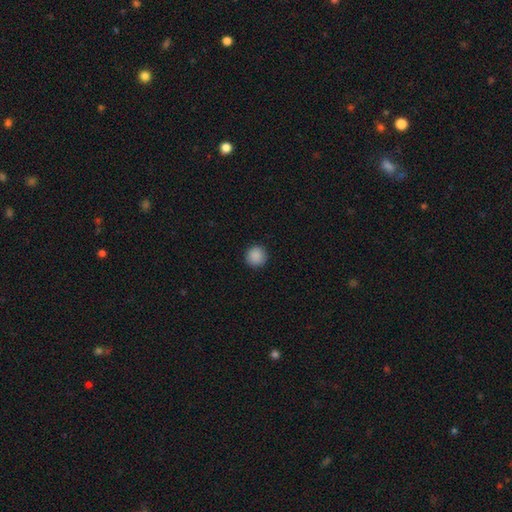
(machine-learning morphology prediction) smooth_or_featured: smooth (p=0.89) [alt: star or artifact p=0.09]
how_rounded: round (p=0.95) [alt: in between p=0.04]
merging: none (p=0.92) [alt: minor disturbance p=0.05]